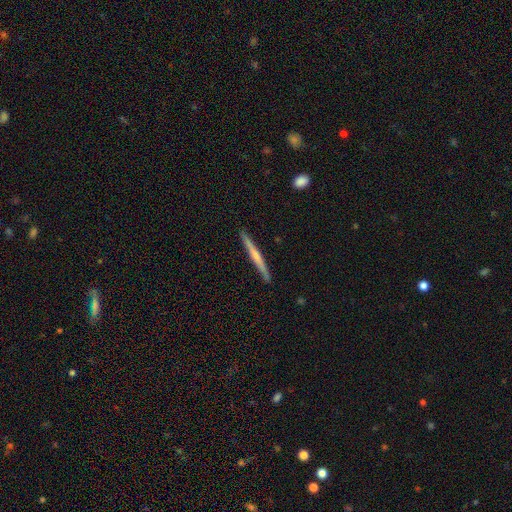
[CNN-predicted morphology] Q: Smooth or featured?
A: featured or disk (55%); runner-up: smooth (39%)
Q: Edge-on disk?
A: yes (97%); runner-up: no (3%)
Q: Edge-on bulge?
A: none (49%); runner-up: rounded (44%)
Q: Merging?
A: none (91%); runner-up: minor disturbance (7%)